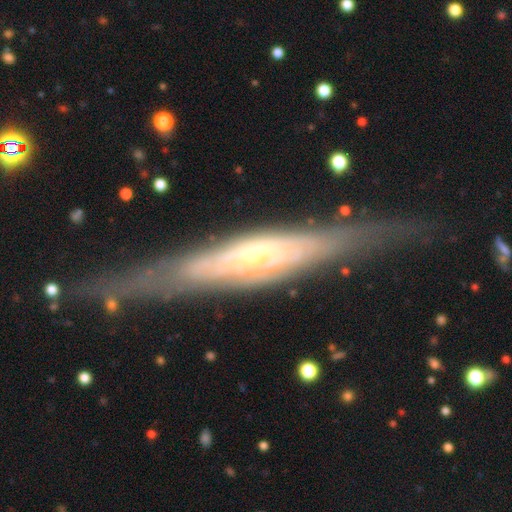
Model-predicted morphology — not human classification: Smooth or featured? featured or disk (78%)
Edge-on disk? yes (81%)
Edge-on bulge? rounded (52%)
Merging? none (73%)